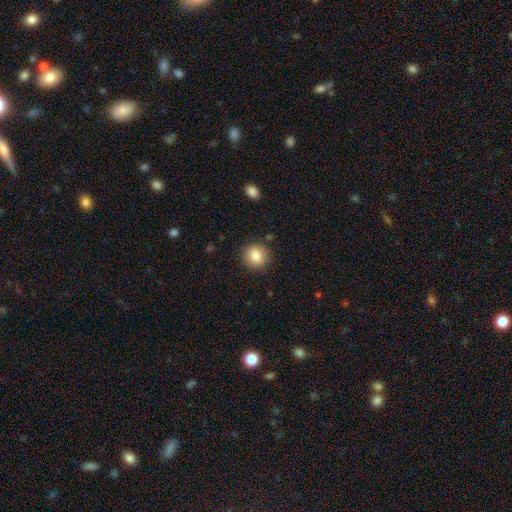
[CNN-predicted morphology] smooth 83%, star or artifact 9%, featured or disk 7%. Down the decision tree: how rounded — round (89%); merging — none (87%).